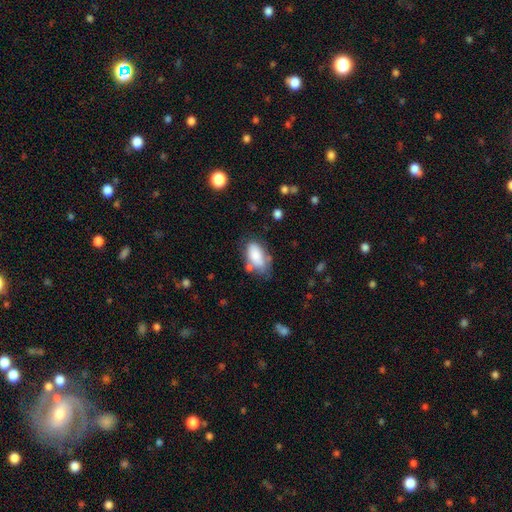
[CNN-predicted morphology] smooth_or_featured: smooth (p=0.80) [alt: featured or disk p=0.13]
how_rounded: in between (p=0.92) [alt: cigar-shaped p=0.04]
merging: none (p=0.56) [alt: minor disturbance p=0.25]